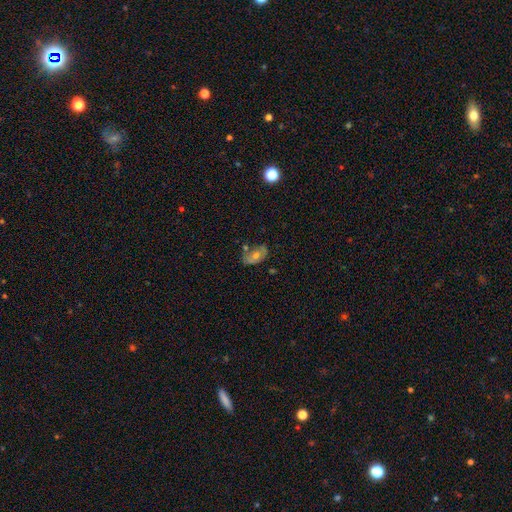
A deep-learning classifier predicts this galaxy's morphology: type=featured or disk (47%); merging=none (58%).